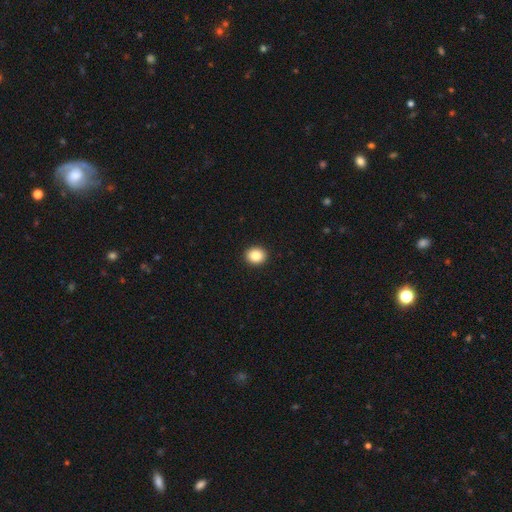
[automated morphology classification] A smooth galaxy with no disk features (85%) that is round (73%).

Vote fractions:
- Smooth or featured? smooth: 85% / star or artifact: 9% / featured or disk: 5%
- How rounded? round: 73% / in between: 26% / cigar-shaped: 1%
- Merging? none: 93% / minor disturbance: 5% / major disturbance: 2% / merger: 1%